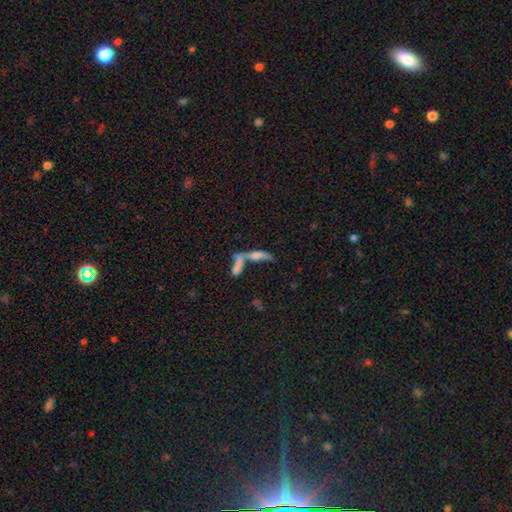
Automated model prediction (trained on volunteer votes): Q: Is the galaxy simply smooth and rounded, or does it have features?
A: smooth — 41%.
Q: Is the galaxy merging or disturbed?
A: none — 44%.